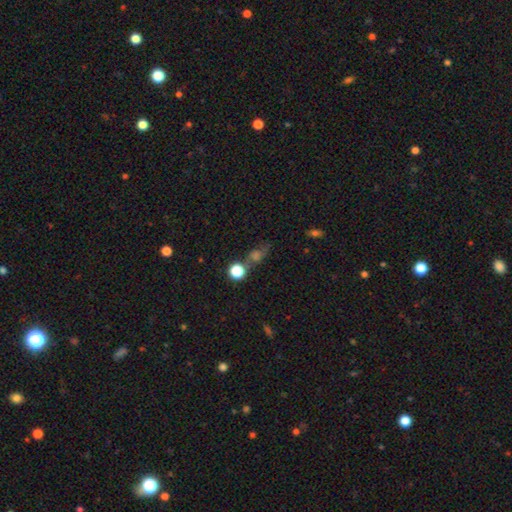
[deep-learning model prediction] Smooth or featured? smooth (43%)
Merging? none (58%)